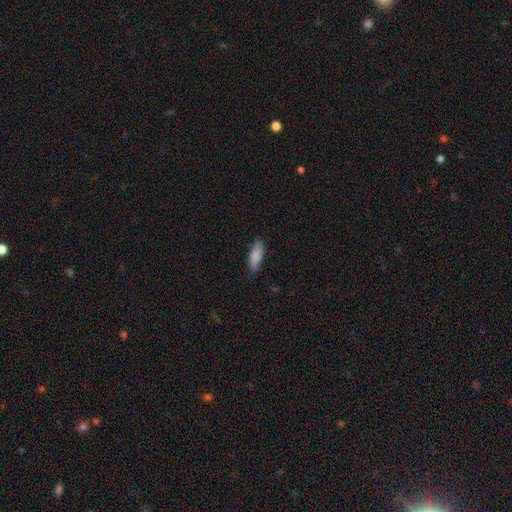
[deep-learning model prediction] smooth 85%, featured or disk 9%, star or artifact 6%. Down the decision tree: how rounded — in between (63%); merging — none (83%).